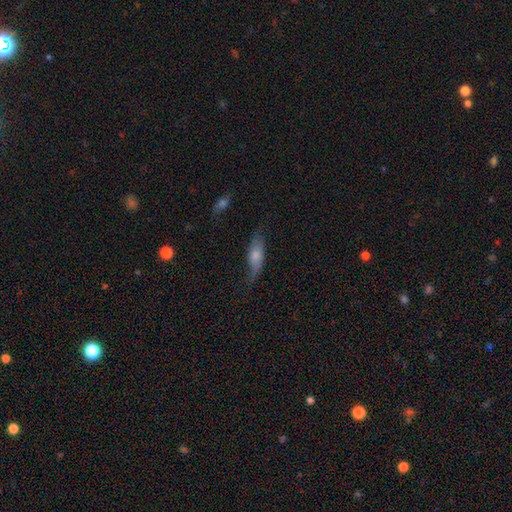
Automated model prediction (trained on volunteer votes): Morphology: type=smooth (70%); roundness=in between (72%); merging=none (58%).